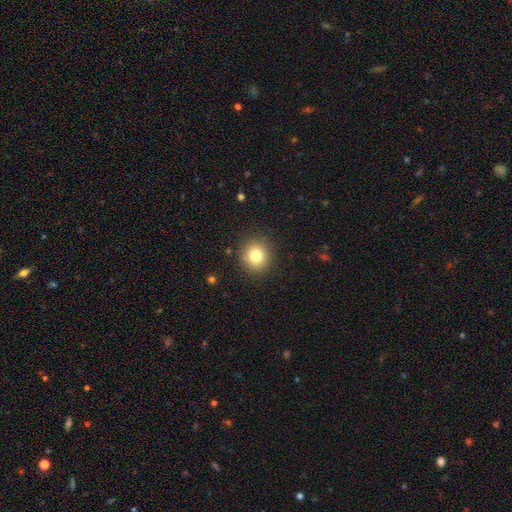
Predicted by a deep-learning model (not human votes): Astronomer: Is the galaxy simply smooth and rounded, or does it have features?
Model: smooth — 81%.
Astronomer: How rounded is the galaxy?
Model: round — 86%.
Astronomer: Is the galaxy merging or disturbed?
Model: none — 89%.